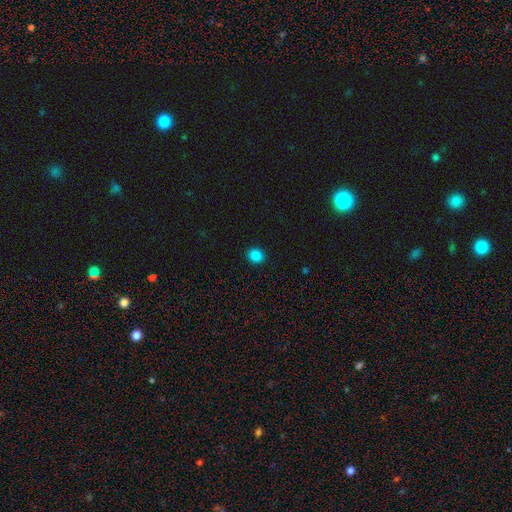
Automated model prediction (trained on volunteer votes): This appears to be a smooth galaxy with no disk features (86%) that is round (76%). Merging: none (92%).